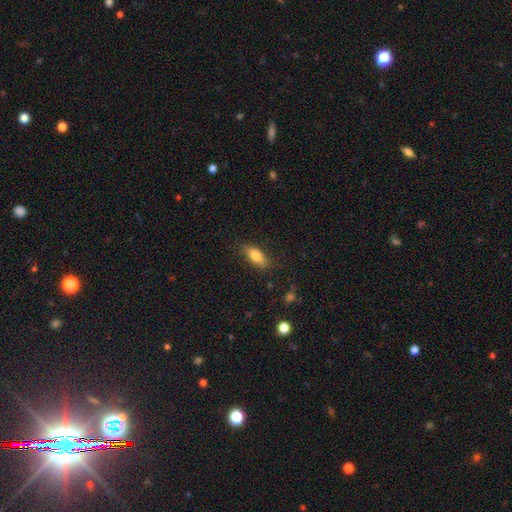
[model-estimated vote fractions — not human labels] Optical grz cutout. It shows a smooth galaxy with no disk features (78%) that is in between round and cigar-shaped (69%). Merging: none (80%).